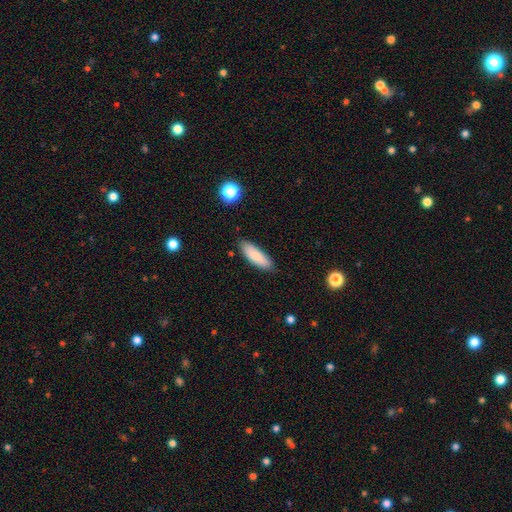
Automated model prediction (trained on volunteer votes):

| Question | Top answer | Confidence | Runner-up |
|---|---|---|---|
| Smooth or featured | smooth | 84% | featured or disk (10%) |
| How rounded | in between | 54% | cigar-shaped (44%) |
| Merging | none | 85% | minor disturbance (11%) |